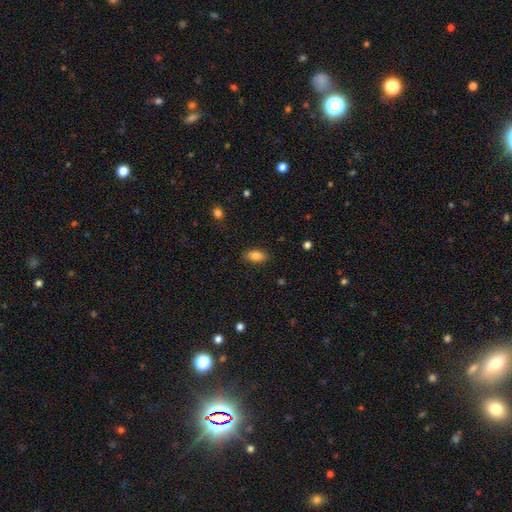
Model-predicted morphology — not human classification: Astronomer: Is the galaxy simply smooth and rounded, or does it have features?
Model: smooth — 85%.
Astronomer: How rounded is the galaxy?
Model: in between — 89%.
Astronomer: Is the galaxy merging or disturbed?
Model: none — 86%.